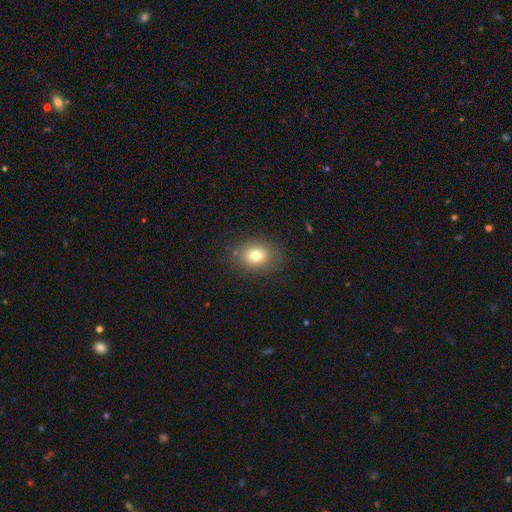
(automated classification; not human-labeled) Q: Smooth or featured?
A: smooth (78%); runner-up: star or artifact (11%)
Q: How rounded?
A: in between (55%); runner-up: round (44%)
Q: Merging?
A: none (83%); runner-up: minor disturbance (11%)